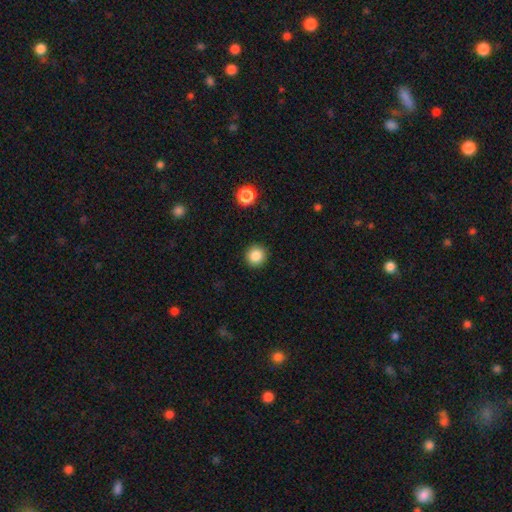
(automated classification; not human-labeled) The model was most divided on "smooth or featured": smooth: 86%, star or artifact: 10%, featured or disk: 4%. More confident: how rounded — round (94%); merging — none (92%).